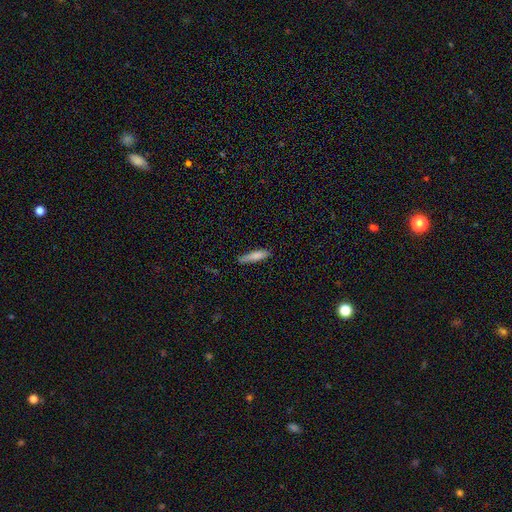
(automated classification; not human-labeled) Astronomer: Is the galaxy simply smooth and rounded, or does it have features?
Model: smooth — 81%.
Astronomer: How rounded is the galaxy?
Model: cigar-shaped — 79%.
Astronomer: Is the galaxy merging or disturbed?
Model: none — 75%.